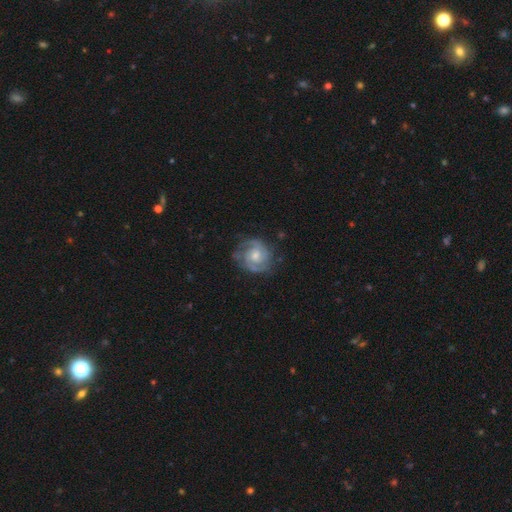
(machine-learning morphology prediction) Smooth or featured?
  - featured or disk: 87% *
  - smooth: 8%
  - star or artifact: 5%
Edge-on disk?
  - no: 98% *
  - yes: 2%
Bar?
  - no: 59% *
  - weak: 35%
  - strong: 6%
Spiral arms?
  - yes: 97% *
  - no: 3%
Spiral winding?
  - tight: 61% *
  - medium: 33%
  - loose: 6%
Spiral arm count?
  - 2: 66% *
  - 3: 15%
  - can't tell: 10%
  - 4: 3%
  - 1: 3%
  - more than 4: 3%
Bulge size?
  - moderate: 51% *
  - small: 40%
  - none: 4%
  - large: 4%
  - dominant: 1%
Merging?
  - none: 75% *
  - minor disturbance: 17%
  - major disturbance: 6%
  - merger: 1%